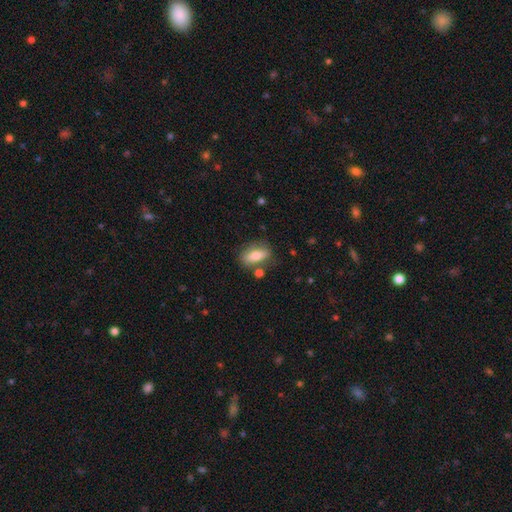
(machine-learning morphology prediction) smooth 73%, featured or disk 20%, star or artifact 7%. Down the decision tree: how rounded — in between (82%); merging — none (71%).